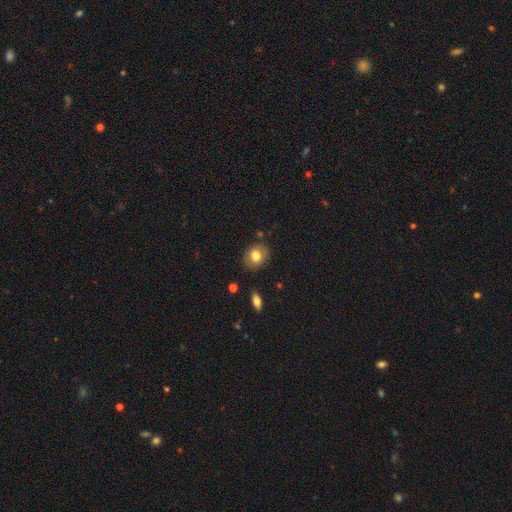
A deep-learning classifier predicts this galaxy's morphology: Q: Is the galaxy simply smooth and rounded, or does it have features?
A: smooth — 78%.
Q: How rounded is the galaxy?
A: round — 55%.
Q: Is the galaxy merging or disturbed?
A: none — 84%.